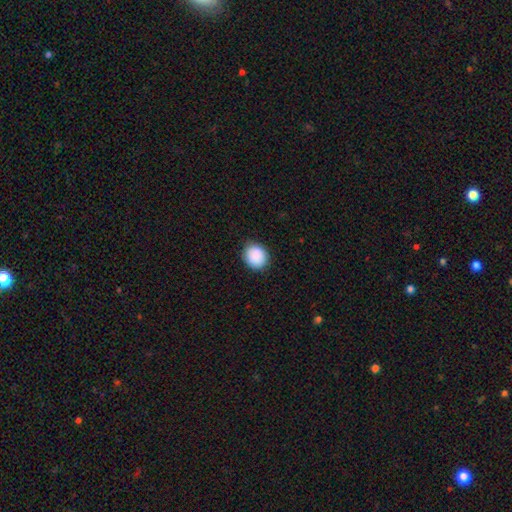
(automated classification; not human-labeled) Overall: smooth (90%). How rounded: round (71%). Merging: none (87%).